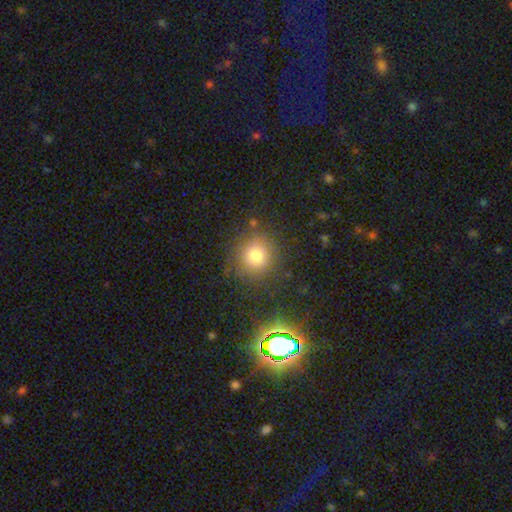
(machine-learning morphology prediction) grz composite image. It shows a smooth galaxy with no disk features (76%) that is round (88%). Merging: none (83%).